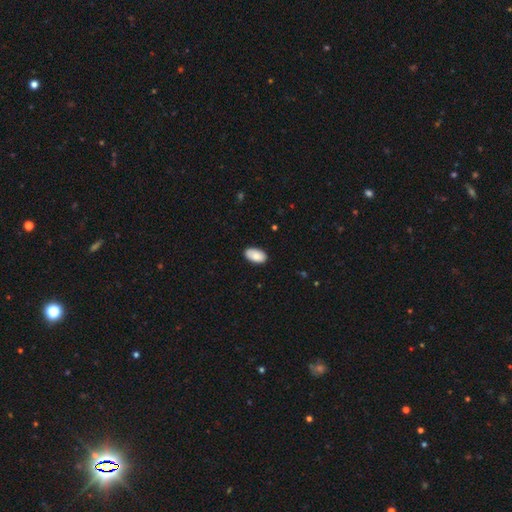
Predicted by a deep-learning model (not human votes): Smooth or featured?
  - smooth: 86% *
  - featured or disk: 8%
  - star or artifact: 6%
How rounded?
  - in between: 95% *
  - round: 3%
  - cigar-shaped: 1%
Merging?
  - none: 86% *
  - minor disturbance: 11%
  - major disturbance: 2%
  - merger: 1%